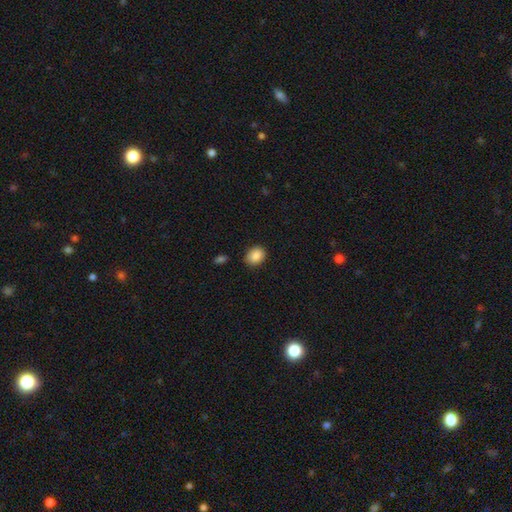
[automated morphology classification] Smooth or featured? smooth (88%)
How rounded? in between (59%)
Merging? none (85%)